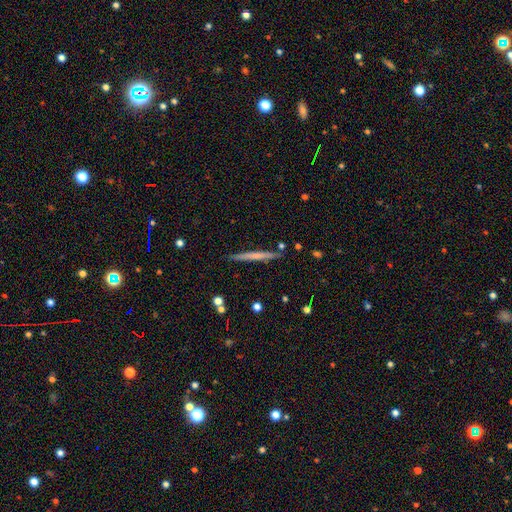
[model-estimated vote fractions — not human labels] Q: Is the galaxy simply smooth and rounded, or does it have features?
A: smooth — 52%.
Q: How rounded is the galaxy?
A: cigar-shaped — 97%.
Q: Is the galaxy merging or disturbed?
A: none — 89%.